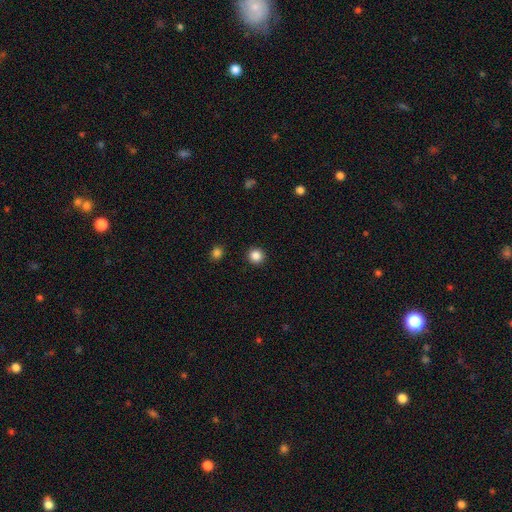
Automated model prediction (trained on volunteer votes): This appears to be a smooth galaxy with no disk features (86%) that is round (94%). Merging: none (93%).